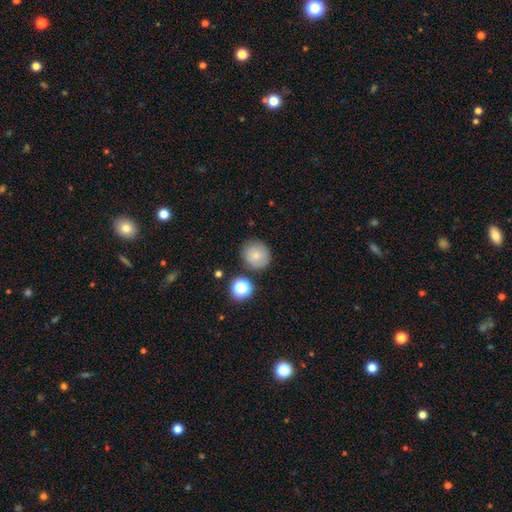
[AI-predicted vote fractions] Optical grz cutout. It shows a smooth galaxy with no disk features (77%) that is round (88%). Merging: none (79%).